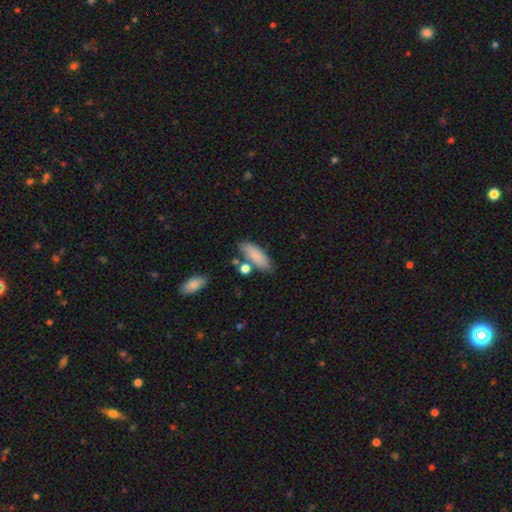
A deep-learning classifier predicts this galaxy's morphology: Smooth or featured: smooth — 84% (featured or disk — 10%)
How rounded: in between — 71% (cigar-shaped — 26%)
Merging: none — 68% (minor disturbance — 16%)